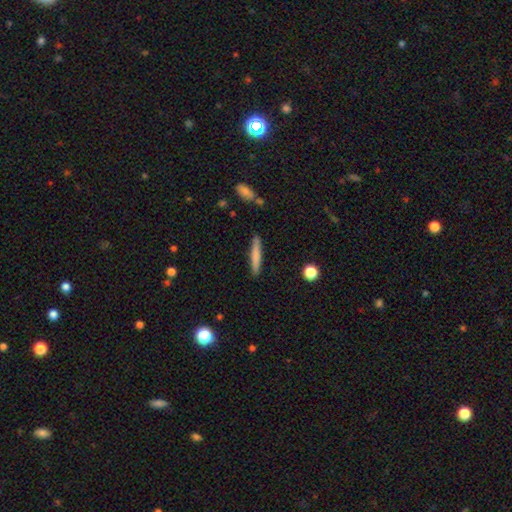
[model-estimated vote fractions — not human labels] Morphology: type=smooth (73%); roundness=cigar-shaped (93%); merging=none (87%).